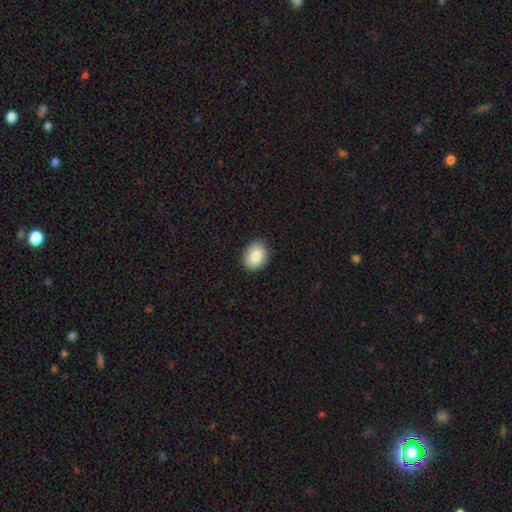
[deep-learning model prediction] Q: Smooth or featured?
A: smooth (86%); runner-up: star or artifact (7%)
Q: How rounded?
A: in between (58%); runner-up: round (41%)
Q: Merging?
A: none (88%); runner-up: minor disturbance (9%)